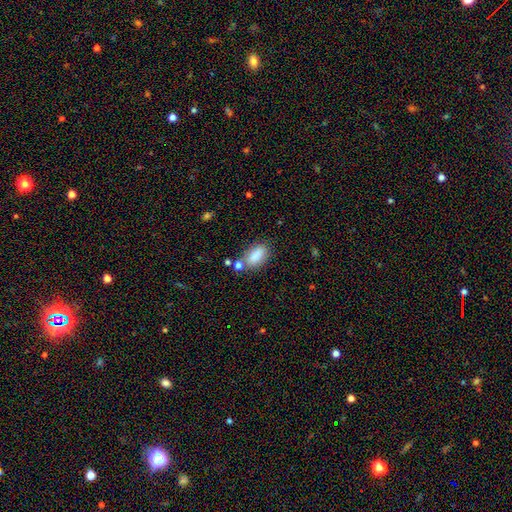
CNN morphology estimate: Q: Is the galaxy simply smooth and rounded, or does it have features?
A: smooth — 85%.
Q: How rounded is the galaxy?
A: in between — 88%.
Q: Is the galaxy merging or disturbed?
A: none — 70%.